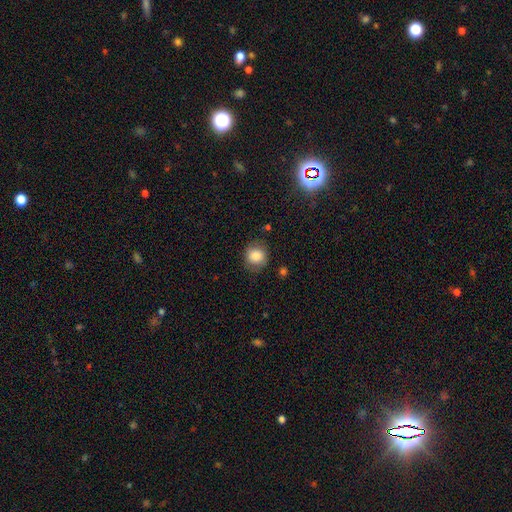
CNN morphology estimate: Smooth or featured?
  - smooth: 82% *
  - star or artifact: 9%
  - featured or disk: 8%
How rounded?
  - round: 80% *
  - in between: 19%
  - cigar-shaped: 1%
Merging?
  - none: 77% *
  - minor disturbance: 16%
  - major disturbance: 5%
  - merger: 2%